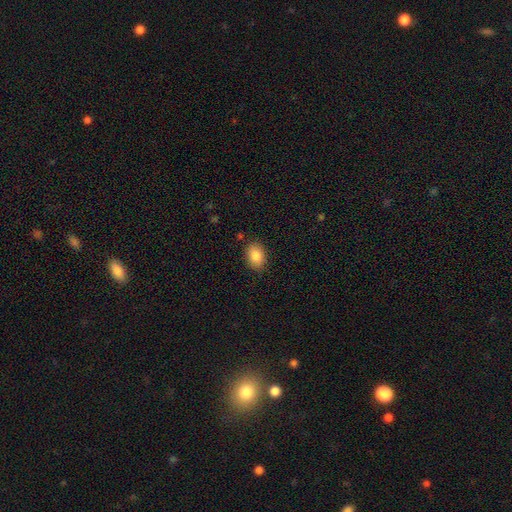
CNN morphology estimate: A smooth galaxy with no disk features (86%) that is in between round and cigar-shaped (76%).

Vote fractions:
- Smooth or featured? smooth: 86% / star or artifact: 8% / featured or disk: 6%
- How rounded? in between: 76% / round: 23% / cigar-shaped: 1%
- Merging? none: 85% / minor disturbance: 11% / major disturbance: 3% / merger: 2%